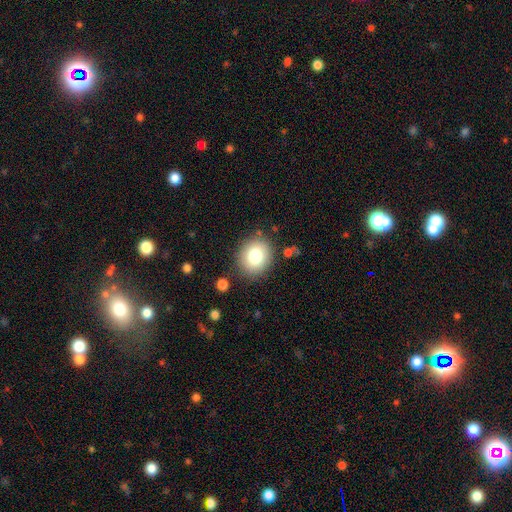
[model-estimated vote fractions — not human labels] A smooth galaxy with no disk features (80%) that is round (71%). Merging: none (87%).